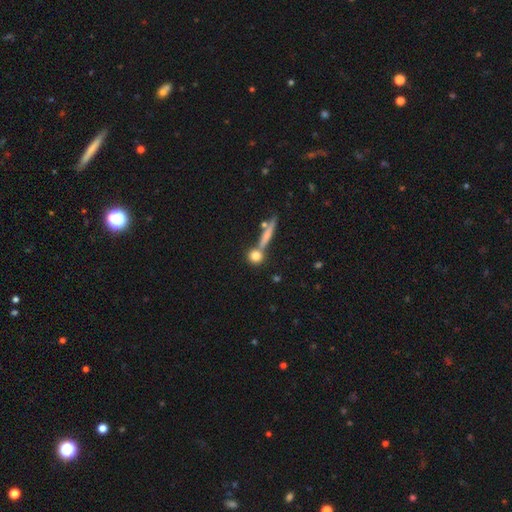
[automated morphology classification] Smooth or featured? Predicted: smooth (p=0.76). How rounded? Predicted: round (p=0.80). Merging? Predicted: none (p=0.66).